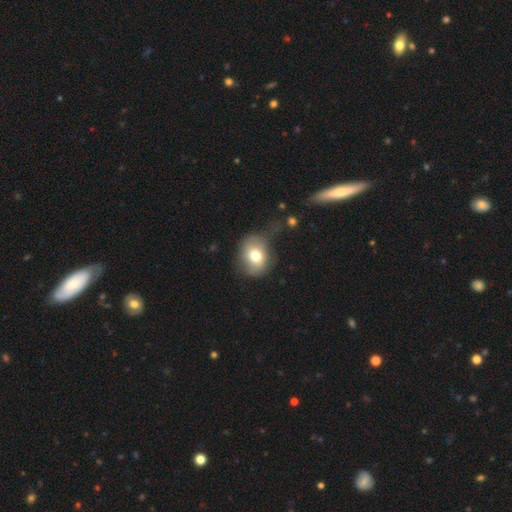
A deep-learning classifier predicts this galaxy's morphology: smooth 71%, featured or disk 20%, star or artifact 9%. Down the decision tree: how rounded — round (61%); merging — none (50%).